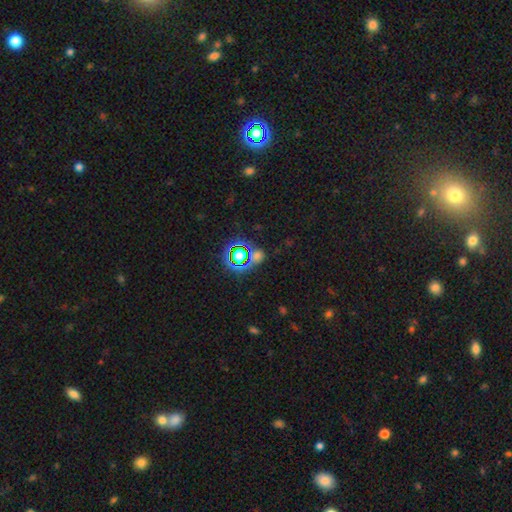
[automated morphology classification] Smooth or featured: star or artifact — 67% (smooth — 23%)